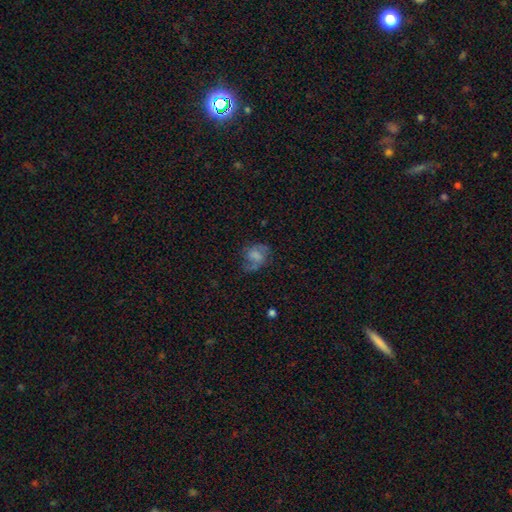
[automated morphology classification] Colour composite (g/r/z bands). It shows a smooth galaxy with no disk features (49%). Merging: none (47%).